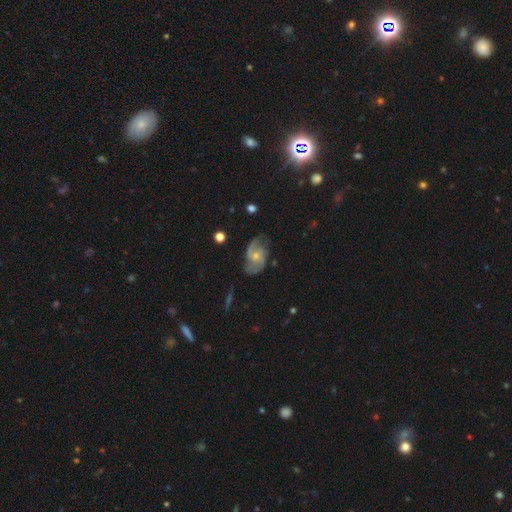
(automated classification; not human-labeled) This appears to be a featured or disk galaxy (80%) with no bar (65%), 2 (80%) medium (49%) spiral arms (94%) and a small central bulge (58%). Merging: none (65%).